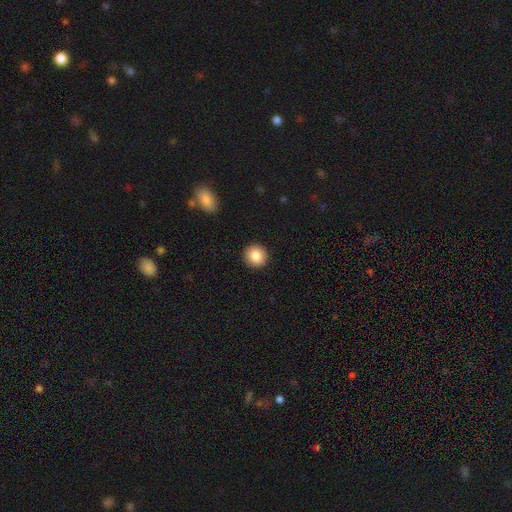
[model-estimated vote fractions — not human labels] The model was most divided on "smooth or featured": smooth: 86%, star or artifact: 9%, featured or disk: 6%. More confident: merging — none (93%); how rounded — round (90%).